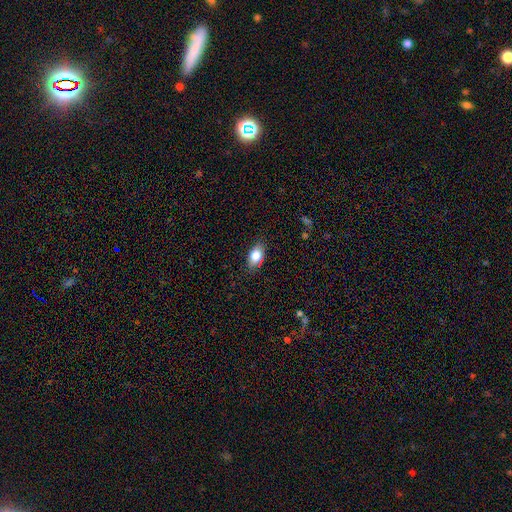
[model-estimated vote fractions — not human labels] smooth 80%, featured or disk 12%, star or artifact 8%. Down the decision tree: how rounded — in between (86%); merging — none (83%).